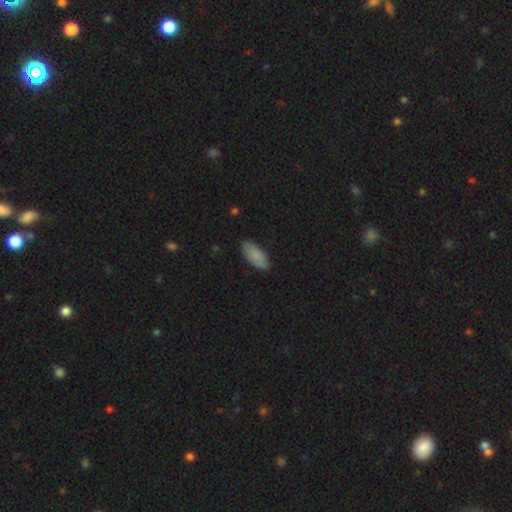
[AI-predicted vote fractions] A smooth galaxy with no disk features (83%) that is in between round and cigar-shaped (84%).

Vote fractions:
- Smooth or featured? smooth: 83% / featured or disk: 10% / star or artifact: 6%
- How rounded? in between: 84% / cigar-shaped: 14% / round: 2%
- Merging? none: 81% / minor disturbance: 15% / major disturbance: 2% / merger: 1%